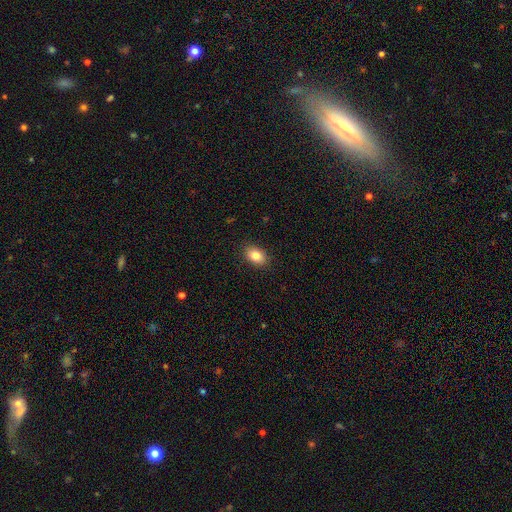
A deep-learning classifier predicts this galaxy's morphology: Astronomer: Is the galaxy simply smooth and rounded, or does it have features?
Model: smooth — 85%.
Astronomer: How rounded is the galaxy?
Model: in between — 81%.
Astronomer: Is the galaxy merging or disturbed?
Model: none — 88%.